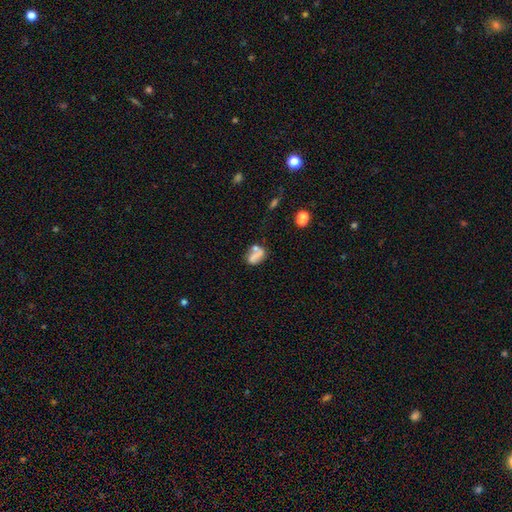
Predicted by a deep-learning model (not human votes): smooth_or_featured: smooth (p=0.61) [alt: featured or disk p=0.27]
how_rounded: in between (p=0.78) [alt: round p=0.18]
merging: none (p=0.41) [alt: merger p=0.27]